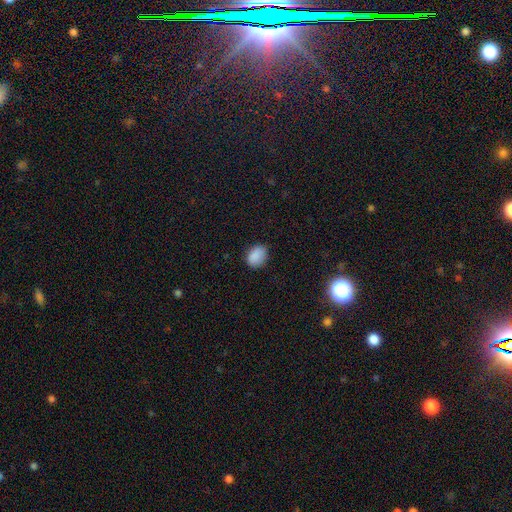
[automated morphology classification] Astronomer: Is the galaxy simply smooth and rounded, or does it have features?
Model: smooth — 87%.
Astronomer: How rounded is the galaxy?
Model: in between — 62%.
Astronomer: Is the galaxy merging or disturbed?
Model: none — 79%.